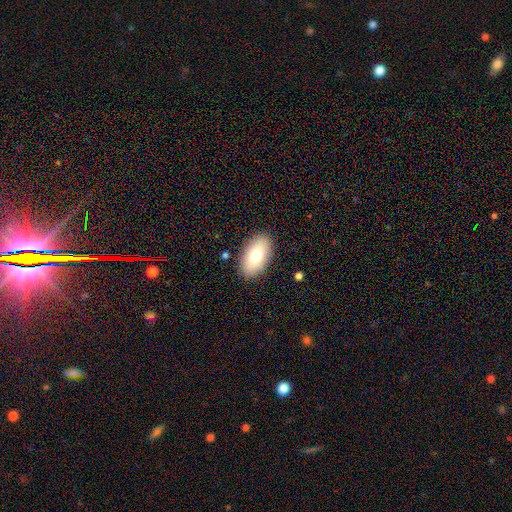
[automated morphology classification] Smooth or featured: smooth — 73% (featured or disk — 20%)
How rounded: in between — 93% (round — 5%)
Merging: none — 88% (minor disturbance — 9%)